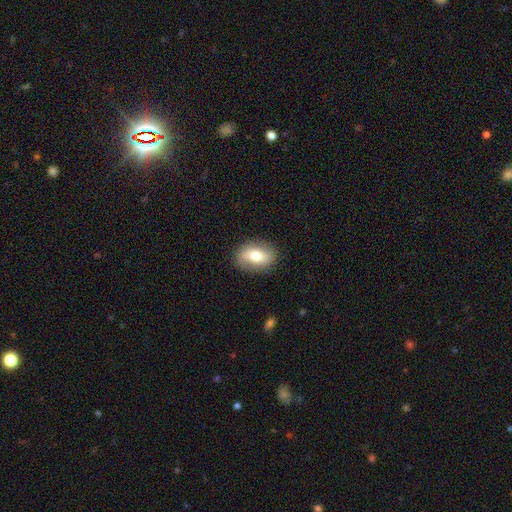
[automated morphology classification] smooth-or-featured: smooth: 59% | featured or disk: 33% | star or artifact: 7%
  how-rounded: in between: 77% | round: 20% | cigar-shaped: 3%
  merging: none: 85% | minor disturbance: 11% | major disturbance: 3% | merger: 1%